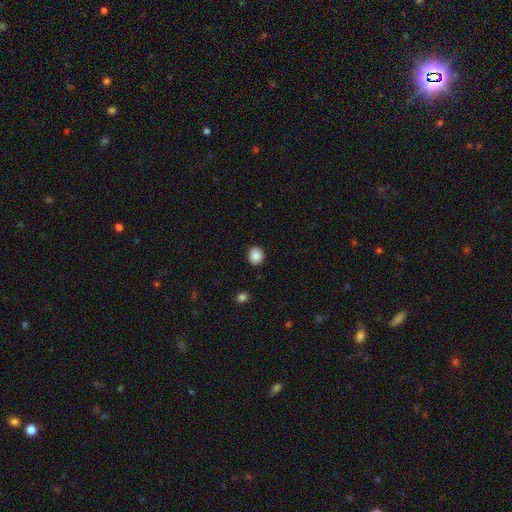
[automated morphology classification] Smooth or featured?
  - smooth: 88% *
  - star or artifact: 8%
  - featured or disk: 3%
How rounded?
  - round: 73% *
  - in between: 27%
  - cigar-shaped: 1%
Merging?
  - none: 89% *
  - minor disturbance: 8%
  - major disturbance: 2%
  - merger: 1%